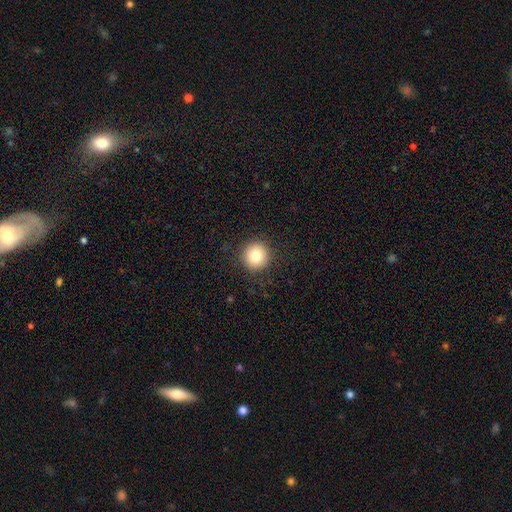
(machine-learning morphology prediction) Smooth or featured: smooth — 81% (star or artifact — 10%)
How rounded: round — 95% (in between — 4%)
Merging: none — 90% (minor disturbance — 7%)